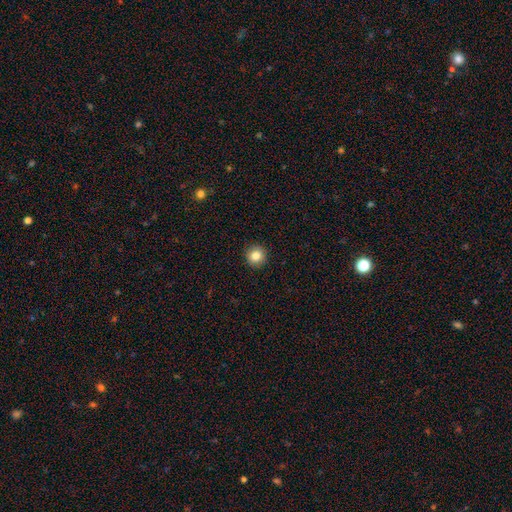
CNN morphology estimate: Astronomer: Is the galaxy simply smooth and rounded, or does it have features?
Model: smooth — 84%.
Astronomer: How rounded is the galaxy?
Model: round — 95%.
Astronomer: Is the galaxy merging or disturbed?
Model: none — 93%.